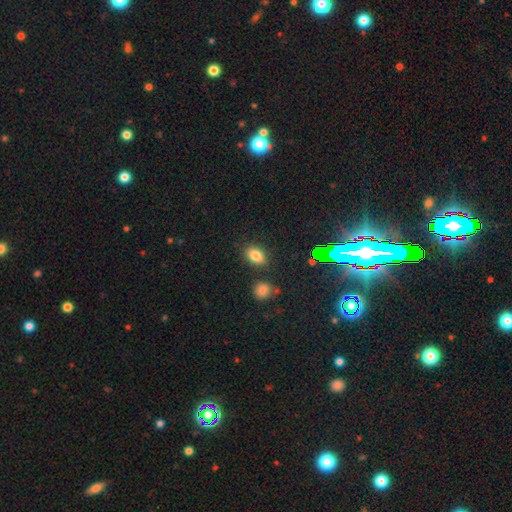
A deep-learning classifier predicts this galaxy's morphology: smooth-or-featured: smooth: 79% | star or artifact: 14% | featured or disk: 8%
  how-rounded: in between: 81% | round: 17% | cigar-shaped: 2%
  merging: none: 82% | minor disturbance: 10% | merger: 5% | major disturbance: 3%